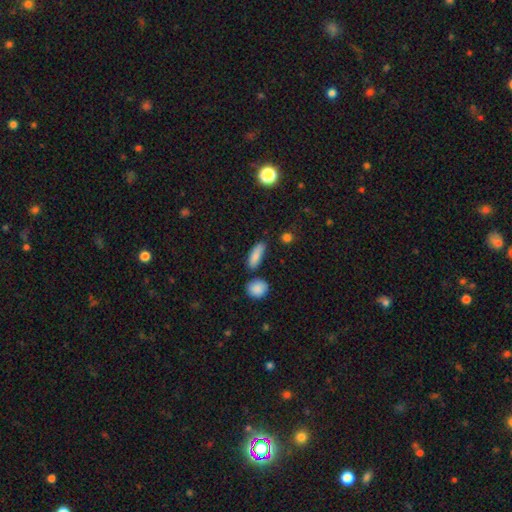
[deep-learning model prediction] This is clearly a smooth galaxy (83%). How rounded: possibly in between (60%). Merging: likely none (69%).